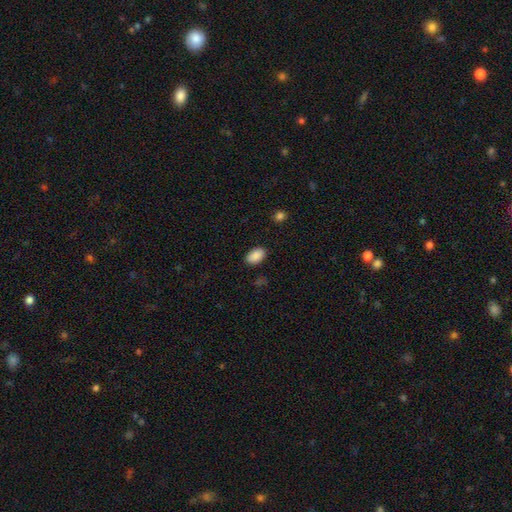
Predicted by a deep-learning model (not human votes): Q: Smooth or featured?
A: smooth (89%); runner-up: star or artifact (7%)
Q: How rounded?
A: in between (93%); runner-up: round (6%)
Q: Merging?
A: none (87%); runner-up: minor disturbance (9%)